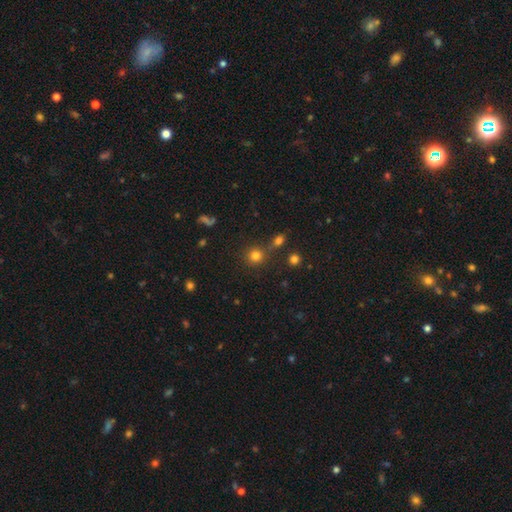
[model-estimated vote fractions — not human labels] Smooth or featured? Predicted: smooth (p=0.78). How rounded? Predicted: round (p=0.91). Merging? Predicted: none (p=0.76).